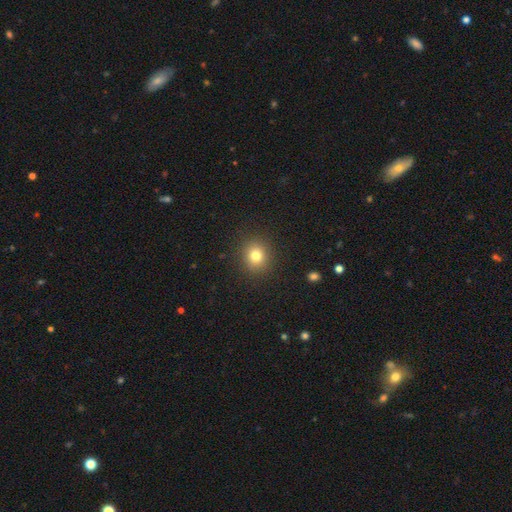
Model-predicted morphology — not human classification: This is likely a smooth galaxy (79%). How rounded: clearly round (82%). Merging: clearly none (90%).